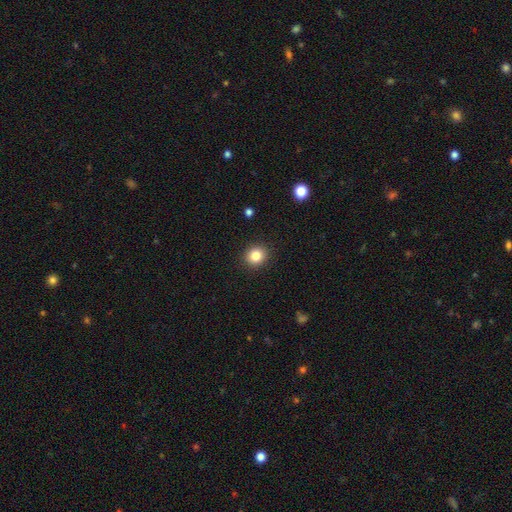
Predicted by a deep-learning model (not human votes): This is clearly a smooth galaxy (83%). How rounded: clearly round (81%). Merging: clearly none (91%).